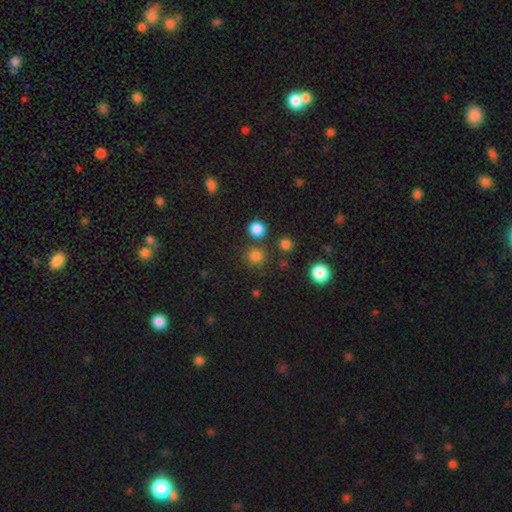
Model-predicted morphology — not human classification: smooth_or_featured: smooth (p=0.79) [alt: star or artifact p=0.17]
how_rounded: round (p=0.91) [alt: in between p=0.08]
merging: none (p=0.79) [alt: merger p=0.09]